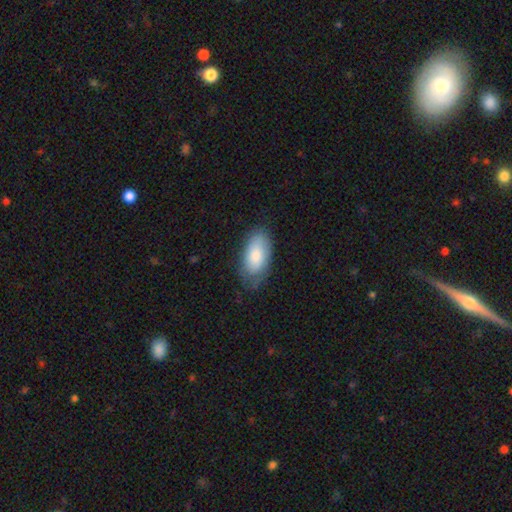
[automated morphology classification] A smooth galaxy with no disk features (77%) that is in between round and cigar-shaped (94%). Merging: none (67%).